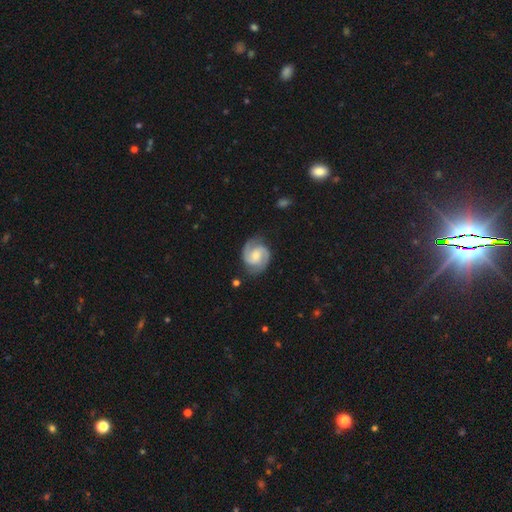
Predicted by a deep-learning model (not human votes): featured or disk 88%, smooth 8%, star or artifact 4%. Down the decision tree: edge-on disk — no (98%); bar — no (47%); spiral arms — yes (98%); spiral arm count — 2 (92%); spiral winding — medium (50%); bulge size — moderate (48%); merging — none (81%).